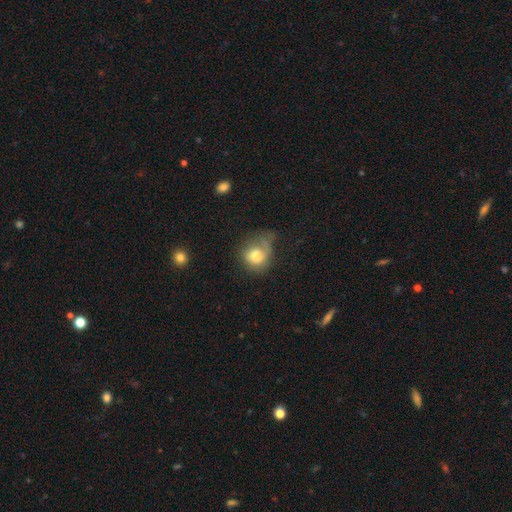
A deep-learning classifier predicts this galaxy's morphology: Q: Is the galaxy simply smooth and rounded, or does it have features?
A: smooth — 73%.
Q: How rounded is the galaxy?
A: round — 66%.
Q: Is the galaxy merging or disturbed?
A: major disturbance — 35%.